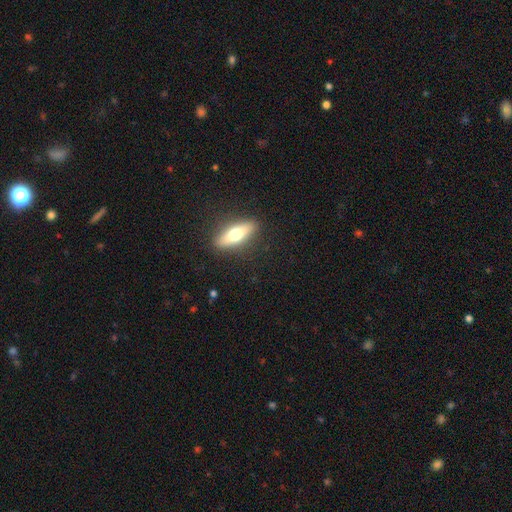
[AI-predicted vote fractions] Smooth or featured? Predicted: featured or disk (p=0.45). Merging? Predicted: none (p=0.88).